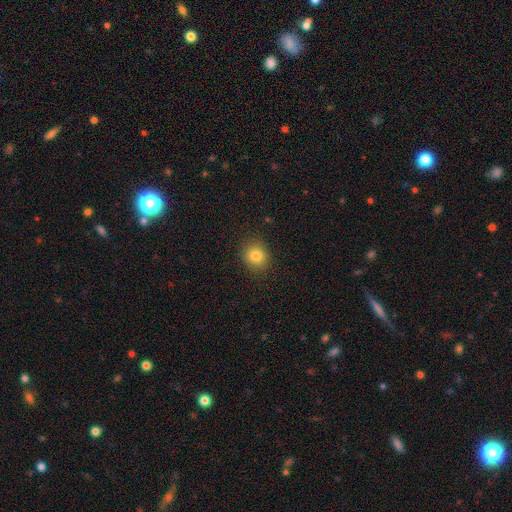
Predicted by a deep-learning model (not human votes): The model was most divided on "how rounded": round: 78%, in between: 22%, cigar-shaped: 1%. More confident: merging — none (89%); smooth or featured — smooth (82%).